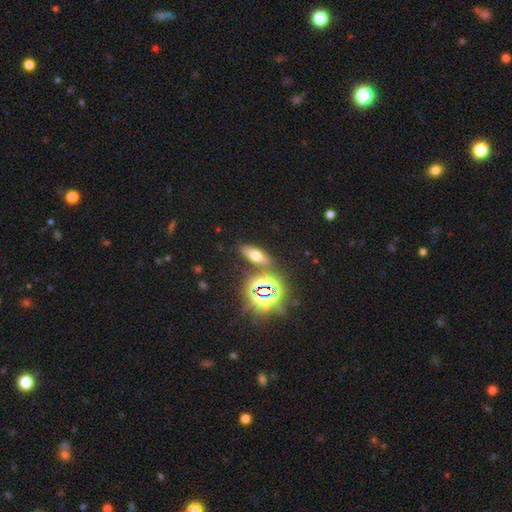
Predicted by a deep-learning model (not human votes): Smooth or featured? Predicted: smooth (p=0.50). Merging? Predicted: none (p=0.79).